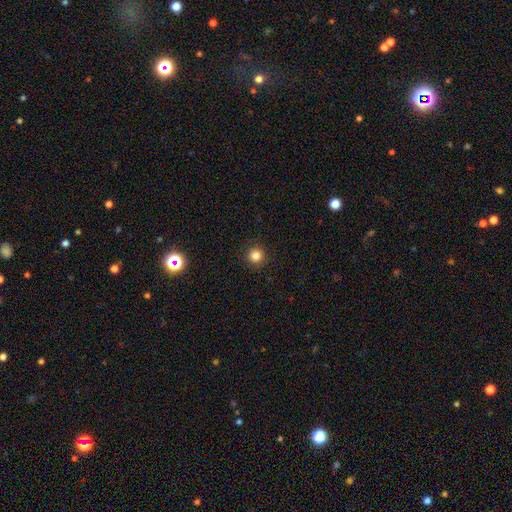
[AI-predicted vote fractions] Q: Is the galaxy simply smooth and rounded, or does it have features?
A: smooth — 83%.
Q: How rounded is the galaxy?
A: round — 96%.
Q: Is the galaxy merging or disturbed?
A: none — 93%.